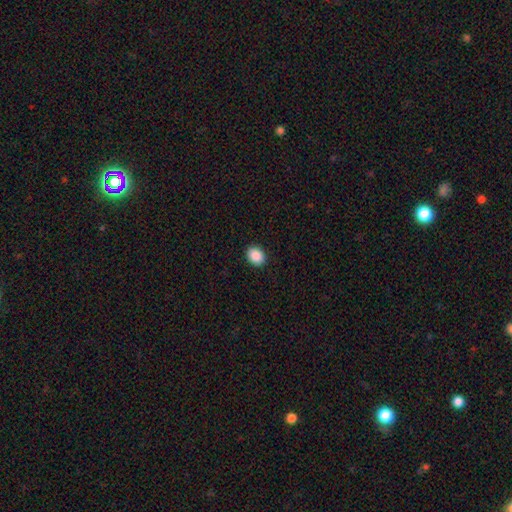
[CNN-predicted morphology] This appears to be a smooth galaxy with no disk features (89%) that is in between round and cigar-shaped (56%). Merging: none (91%).